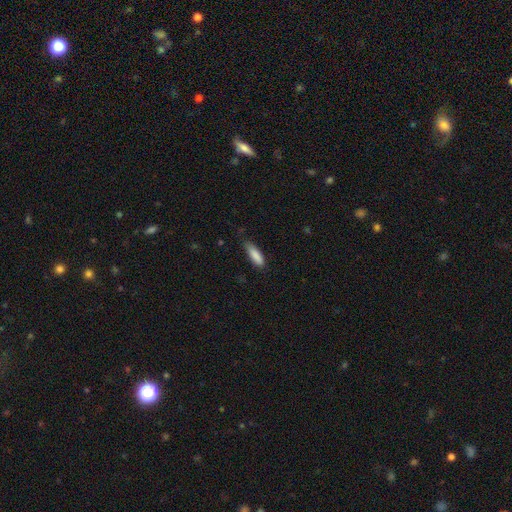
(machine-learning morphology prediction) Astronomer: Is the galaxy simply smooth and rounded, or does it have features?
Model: smooth — 87%.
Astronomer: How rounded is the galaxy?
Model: cigar-shaped — 54% (runner-up: in between, 44%).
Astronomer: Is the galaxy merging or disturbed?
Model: none — 65%.